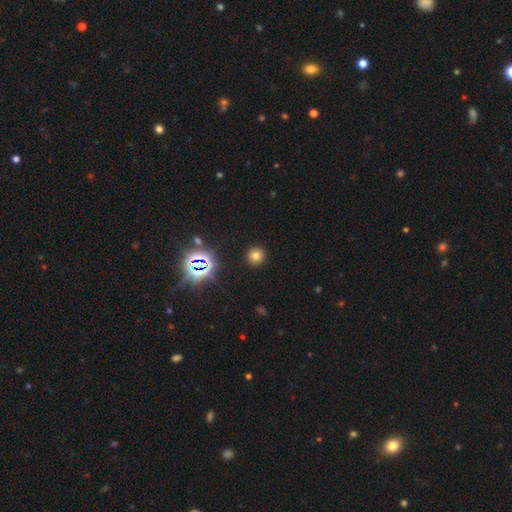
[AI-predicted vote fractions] Overall: smooth (70%). How rounded: round (94%). Merging: none (92%).